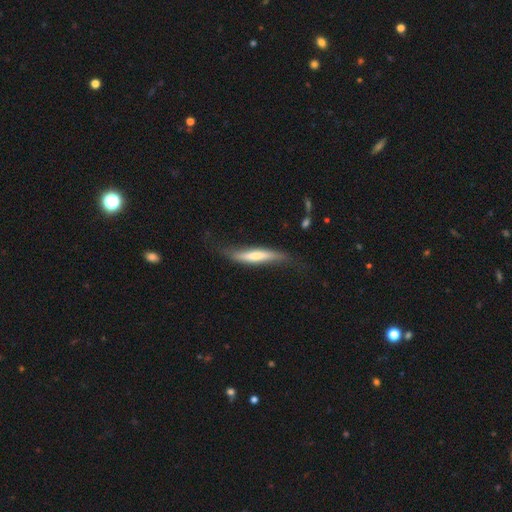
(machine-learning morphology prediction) Smooth or featured? smooth (51%)
How rounded? cigar-shaped (88%)
Merging? none (57%)